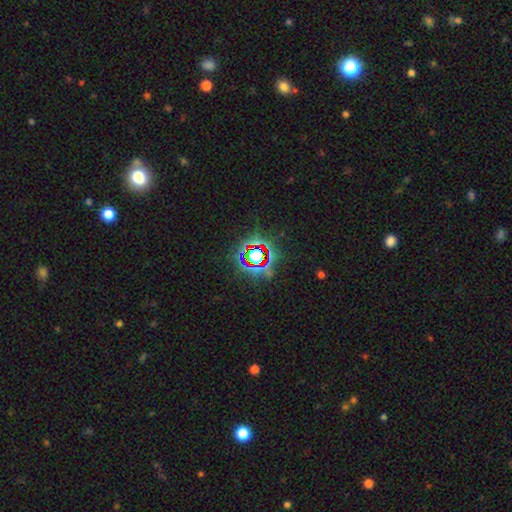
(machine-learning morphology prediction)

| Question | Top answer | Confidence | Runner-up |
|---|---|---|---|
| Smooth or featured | star or artifact | 77% | smooth (13%) |